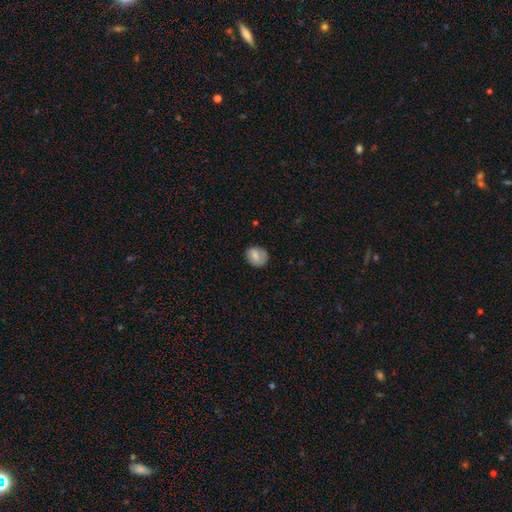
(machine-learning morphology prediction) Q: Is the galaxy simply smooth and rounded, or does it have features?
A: smooth — 77%.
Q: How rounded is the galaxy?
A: round — 64%.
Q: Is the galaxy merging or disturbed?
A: none — 76%.